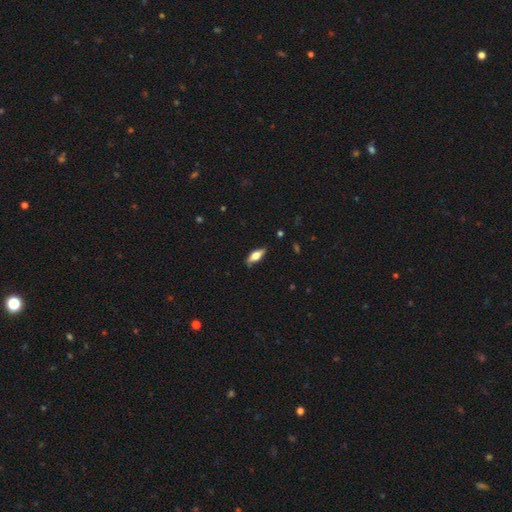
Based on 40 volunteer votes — This is possibly a featured or disk galaxy (55%). It is clearly viewed edge-on (86%). Edge-on bulge: clearly rounded (89%). Merging: likely none (74%).